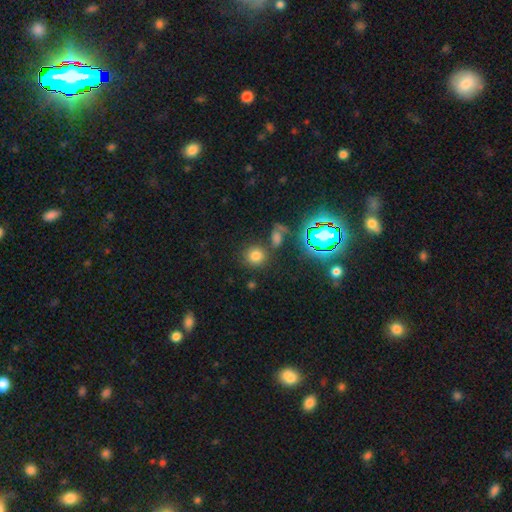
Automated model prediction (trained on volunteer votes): A smooth galaxy with no disk features (69%) that is round (88%). Merging: none (77%).